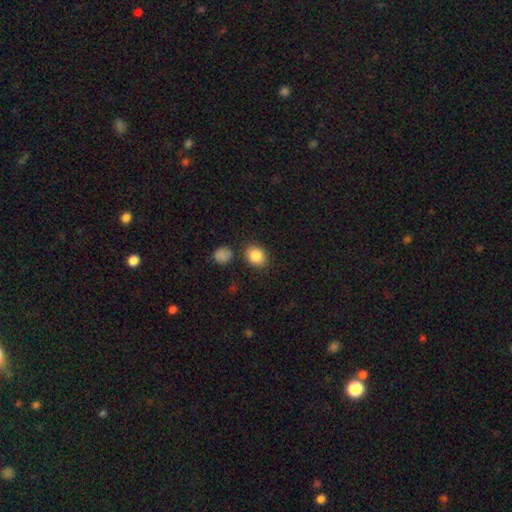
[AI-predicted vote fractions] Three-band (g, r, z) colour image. It shows a smooth galaxy with no disk features (87%) that is round (52%). Merging: none (81%).